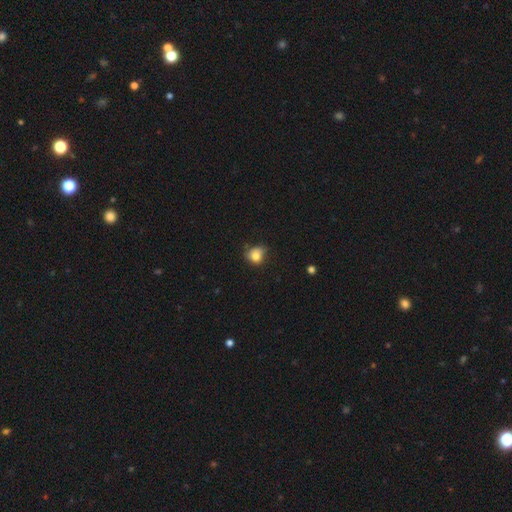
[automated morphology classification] smooth_or_featured: smooth (p=0.79) [alt: star or artifact p=0.11]
how_rounded: round (p=0.65) [alt: in between p=0.34]
merging: none (p=0.51) [alt: minor disturbance p=0.35]